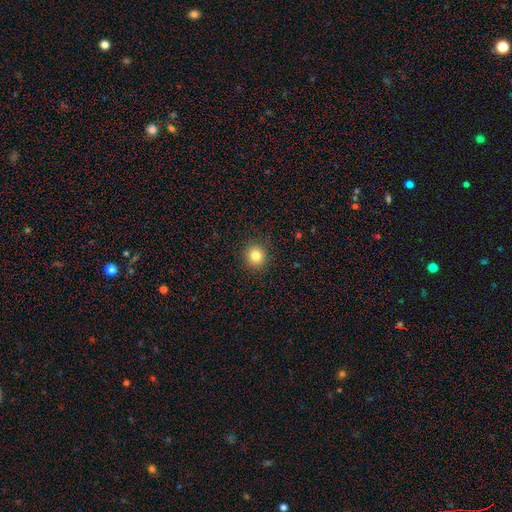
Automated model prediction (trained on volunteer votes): Smooth or featured? smooth (82%)
How rounded? round (91%)
Merging? none (91%)